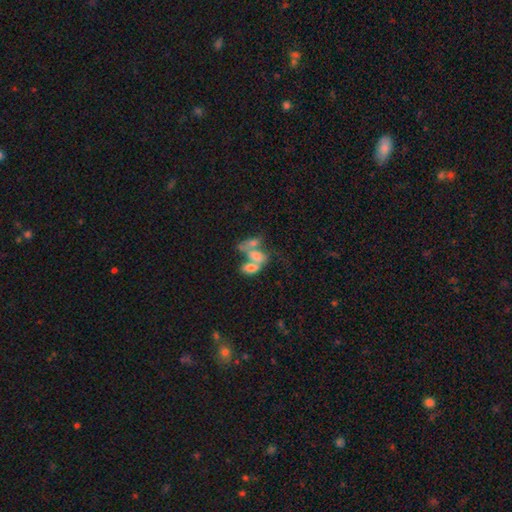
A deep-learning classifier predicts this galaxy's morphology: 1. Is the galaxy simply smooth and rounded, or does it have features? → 56% smooth, 32% featured or disk, 12% star or artifact.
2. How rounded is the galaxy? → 86% in between, 9% round, 4% cigar-shaped.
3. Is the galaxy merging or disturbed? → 69% merger, 13% none, 11% major disturbance, 7% minor disturbance.